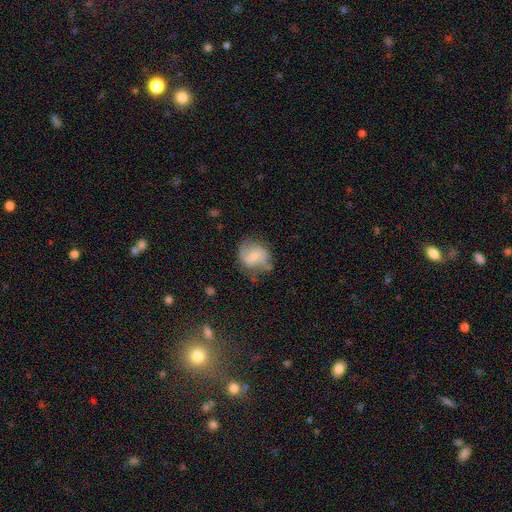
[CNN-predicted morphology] Smooth or featured: featured or disk — 51% (smooth — 41%)
Edge-on disk: no — 97% (yes — 3%)
Merging: none — 65% (minor disturbance — 23%)